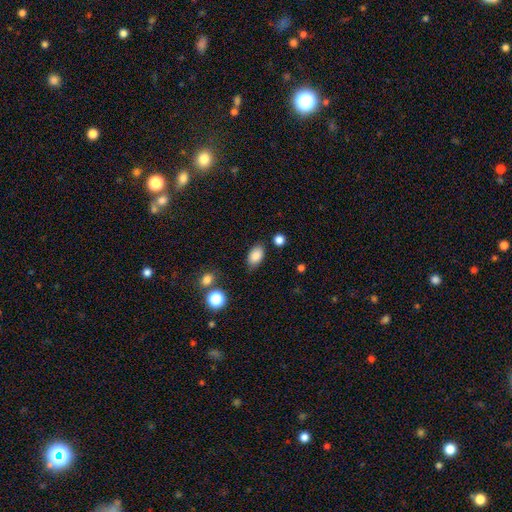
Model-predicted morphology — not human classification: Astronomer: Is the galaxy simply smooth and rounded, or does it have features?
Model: smooth — 85%.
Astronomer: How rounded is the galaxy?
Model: in between — 89%.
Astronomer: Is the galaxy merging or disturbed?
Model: none — 78%.